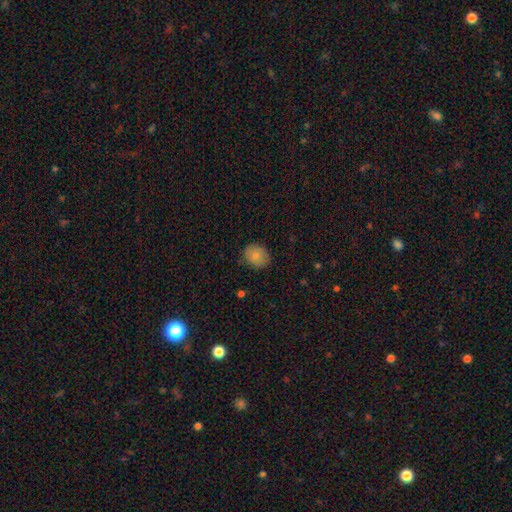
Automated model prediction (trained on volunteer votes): smooth-or-featured: smooth: 83% | featured or disk: 9% | star or artifact: 8%
  how-rounded: round: 64% | in between: 35% | cigar-shaped: 1%
  merging: none: 81% | minor disturbance: 15% | major disturbance: 3% | merger: 1%